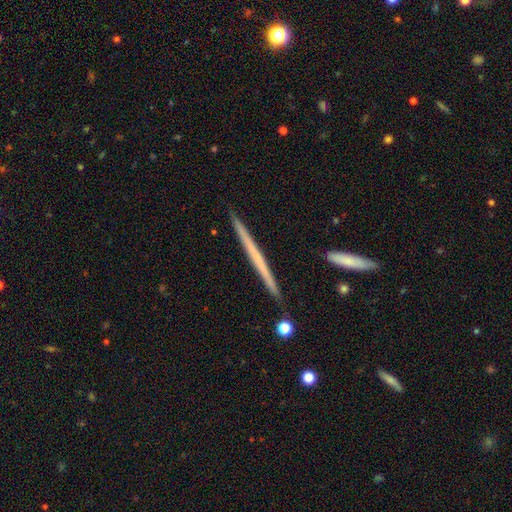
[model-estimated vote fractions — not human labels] smooth-or-featured: featured or disk: 55% | smooth: 40% | star or artifact: 5%
  disk-edge-on: yes: 98% | no: 2%
    edge-on-bulge: none: 91% | rounded: 6% | boxy: 3%
  merging: none: 91% | minor disturbance: 6% | merger: 1% | major disturbance: 1%